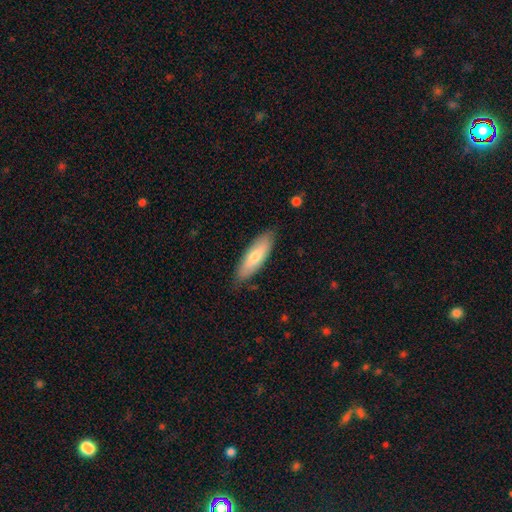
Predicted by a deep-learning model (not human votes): Morphology: type=smooth (70%); roundness=cigar-shaped (49%, tied with in between); merging=none (84%).